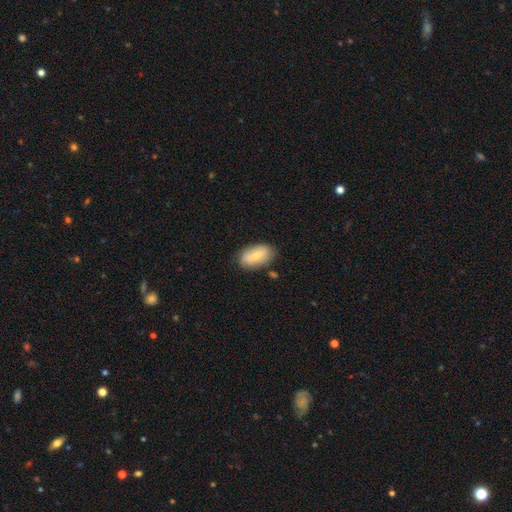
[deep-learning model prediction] Smooth or featured?
  - smooth: 68% *
  - featured or disk: 25%
  - star or artifact: 7%
How rounded?
  - in between: 92% *
  - round: 5%
  - cigar-shaped: 3%
Merging?
  - none: 77% *
  - minor disturbance: 17%
  - major disturbance: 4%
  - merger: 3%